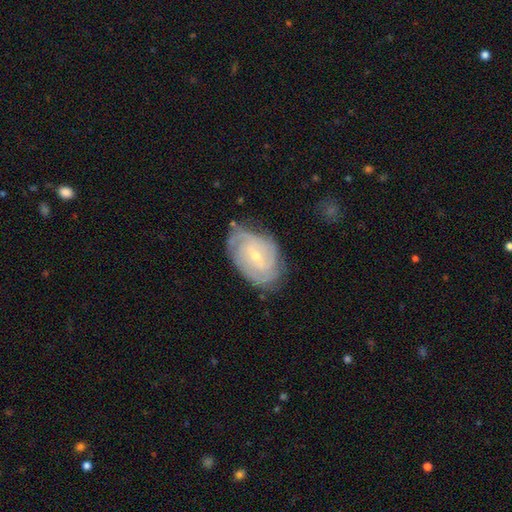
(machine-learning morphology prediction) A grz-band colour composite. It shows a featured or disk galaxy (82%) with a weak bar (52%), tight (66%) spiral arms (94%) and a small central bulge (68%). Merging: none (72%).